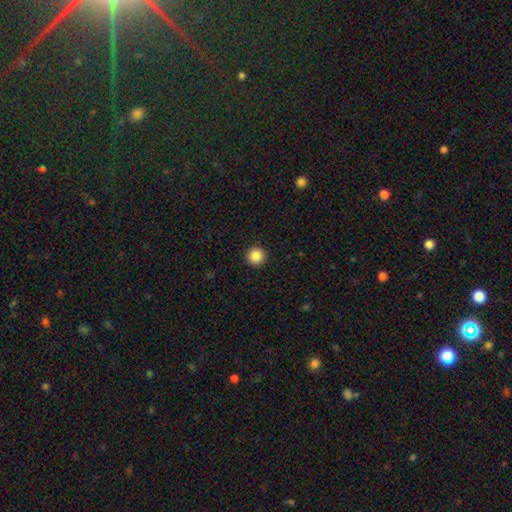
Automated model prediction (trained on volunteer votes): This appears to be a smooth galaxy with no disk features (87%) that is round (96%). Merging: none (94%).